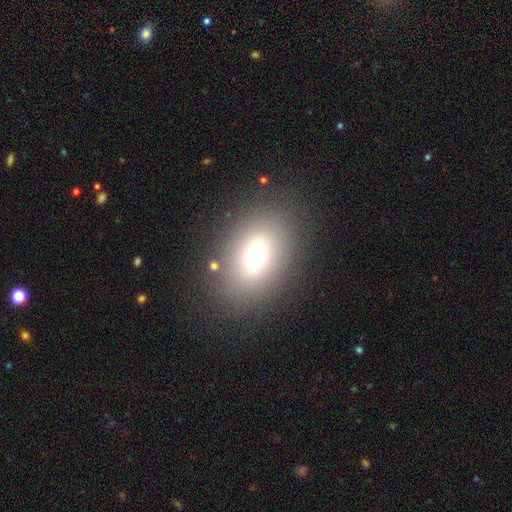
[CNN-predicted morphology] Smooth or featured: smooth — 69% (featured or disk — 16%)
How rounded: in between — 72% (round — 26%)
Merging: none — 82% (minor disturbance — 10%)